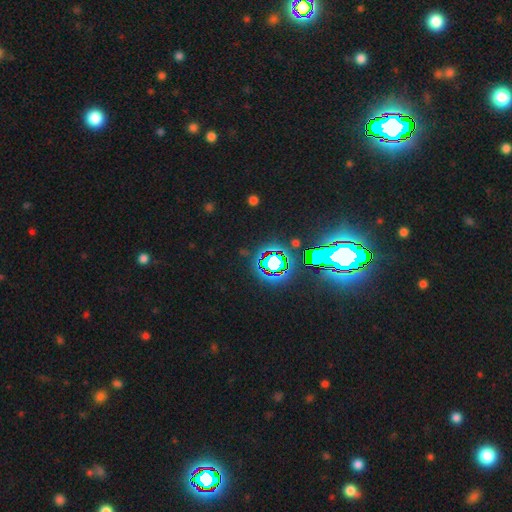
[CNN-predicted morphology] Smooth or featured?
  - star or artifact: 82% *
  - smooth: 10%
  - featured or disk: 7%